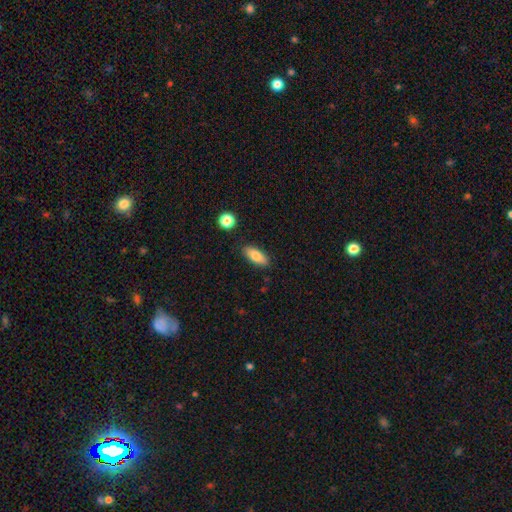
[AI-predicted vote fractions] The model was most divided on "how rounded": in between: 79%, cigar-shaped: 18%, round: 3%. More confident: merging — none (86%); smooth or featured — smooth (80%).